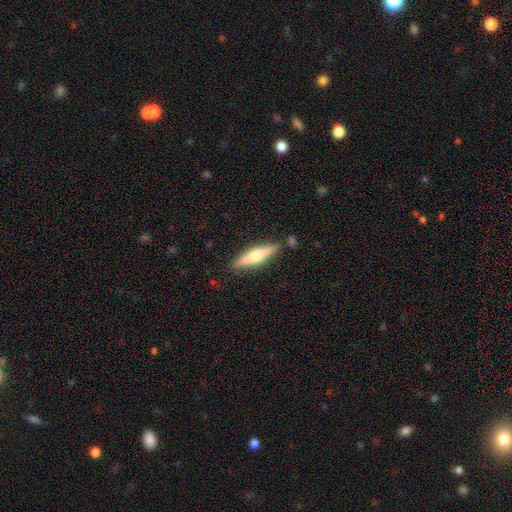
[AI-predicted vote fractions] This appears to be a featured or disk galaxy (53%) viewed edge-on (93%). Merging: none (84%).